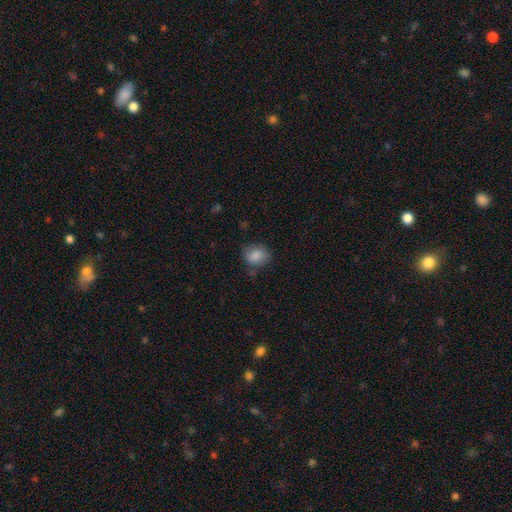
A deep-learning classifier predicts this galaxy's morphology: smooth 86%, star or artifact 8%, featured or disk 6%. Down the decision tree: how rounded — round (59%); merging — none (72%).